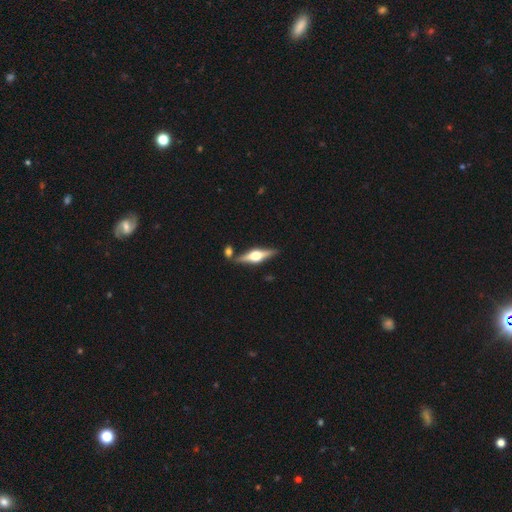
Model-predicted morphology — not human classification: smooth_or_featured: featured or disk (p=0.80) [alt: smooth p=0.15]
disk_edge_on: yes (p=0.97) [alt: no p=0.03]
edge_on_bulge: rounded (p=0.95) [alt: boxy p=0.03]
merging: none (p=0.83) [alt: minor disturbance p=0.08]